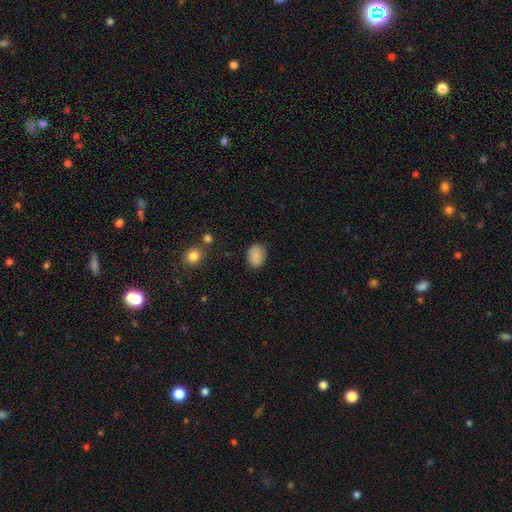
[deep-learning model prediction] Smooth or featured? smooth (88%)
How rounded? in between (61%)
Merging? none (83%)